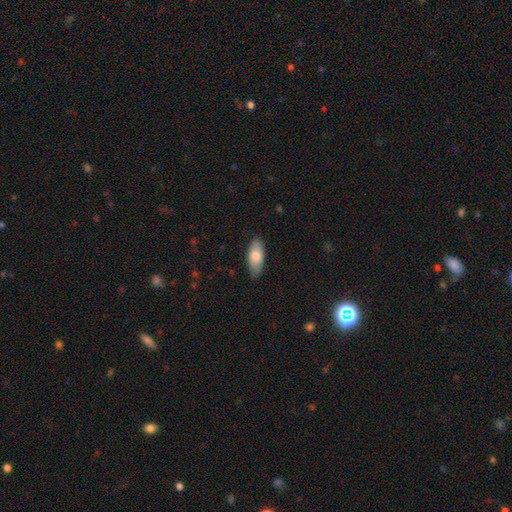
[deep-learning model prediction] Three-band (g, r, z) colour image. It shows a smooth galaxy with no disk features (78%) that is in between round and cigar-shaped (85%). Merging: none (83%).